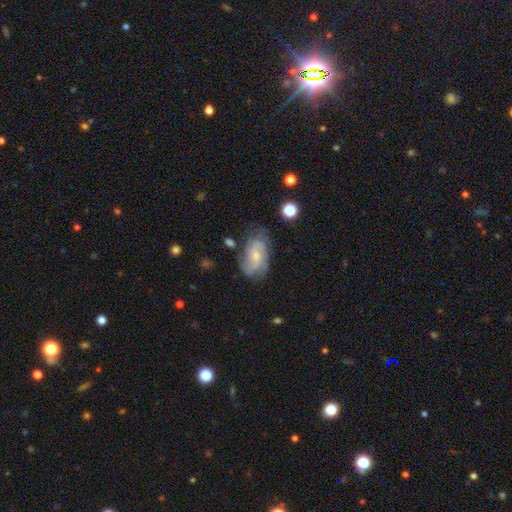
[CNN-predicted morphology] smooth-or-featured: featured or disk: 72% | smooth: 21% | star or artifact: 7%
  disk-edge-on: no: 96% | yes: 4%
    bar: no: 60% | weak: 33% | strong: 6%
    has-spiral-arms: yes: 90% | no: 10%
      spiral-winding: medium: 44% | tight: 39% | loose: 18%
      spiral-arm-count: 2: 42% | can't tell: 26% | 3: 20% | 4: 5% | 1: 4% | more than 4: 3%
    bulge-size: small: 60% | moderate: 34% | none: 3% | large: 2% | dominant: 1%
  merging: none: 65% | minor disturbance: 23% | major disturbance: 9% | merger: 3%